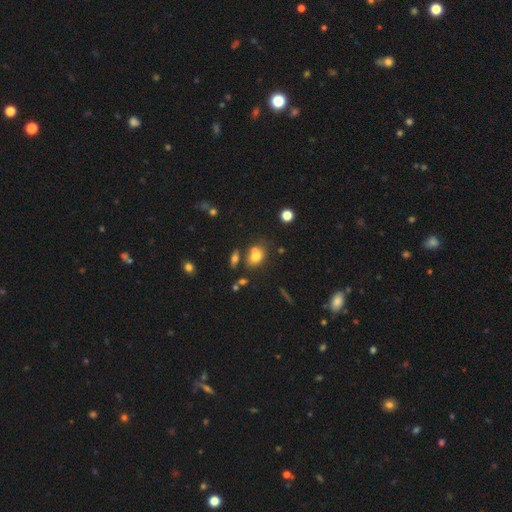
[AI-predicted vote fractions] The model was most divided on "merging": none: 52%, merger: 29%, minor disturbance: 14%, major disturbance: 5%. More confident: smooth or featured — smooth (71%); how rounded — in between (65%).